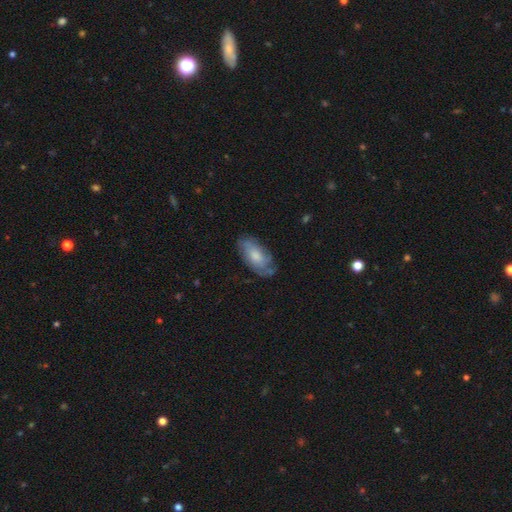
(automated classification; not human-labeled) Smooth or featured: smooth — 48% (featured or disk — 45%)
Merging: none — 64% (minor disturbance — 25%)